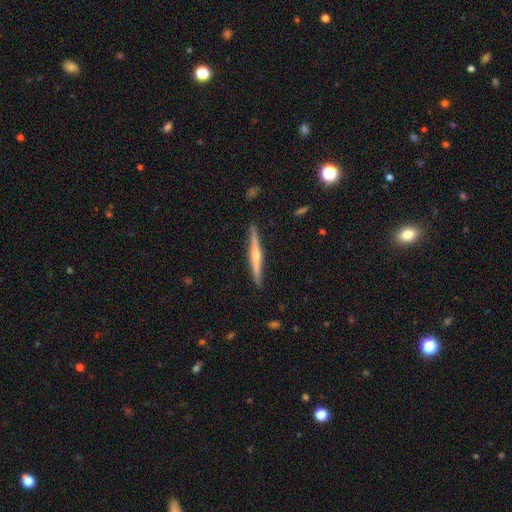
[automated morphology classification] A featured or disk galaxy (70%) viewed edge-on (98%) with a rounded central bulge (79%).

Vote fractions:
- Smooth or featured? featured or disk: 70% / smooth: 24% / star or artifact: 6%
- Edge-on disk? yes: 98% / no: 2%
- Edge-on bulge? rounded: 79% / none: 14% / boxy: 6%
- Merging? none: 90% / minor disturbance: 7% / major disturbance: 1% / merger: 1%